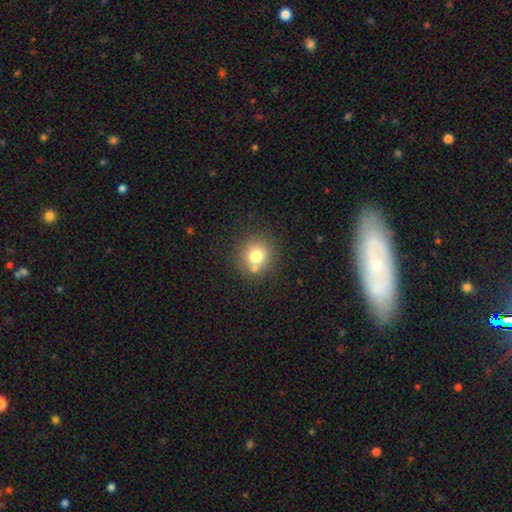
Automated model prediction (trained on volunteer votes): Morphology: type=smooth (74%); roundness=round (91%); merging=none (73%).